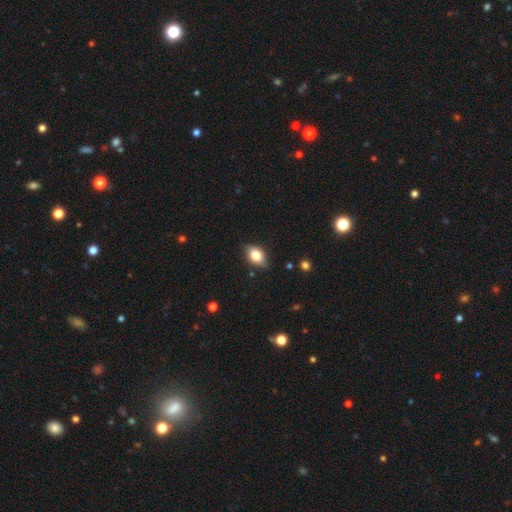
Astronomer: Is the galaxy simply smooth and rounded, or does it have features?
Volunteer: smooth — 67%.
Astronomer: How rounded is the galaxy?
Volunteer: in between — 81%.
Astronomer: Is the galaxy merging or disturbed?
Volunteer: none — 73%.